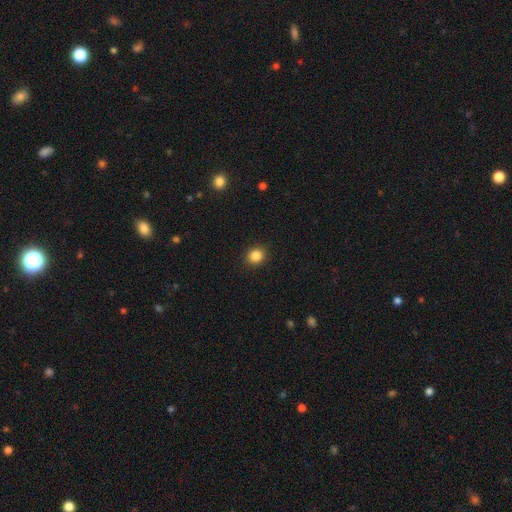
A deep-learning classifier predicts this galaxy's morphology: Smooth or featured: smooth — 85% (star or artifact — 11%)
How rounded: round — 80% (in between — 19%)
Merging: none — 91% (minor disturbance — 6%)